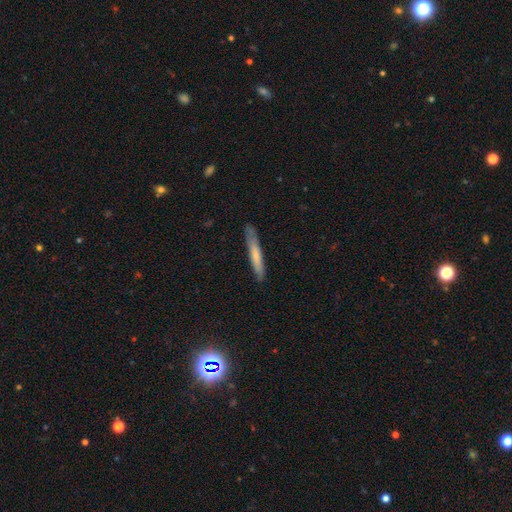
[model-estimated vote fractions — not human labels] A smooth galaxy with no disk features (68%) that is cigar-shaped (95%).

Vote fractions:
- Smooth or featured? smooth: 68% / featured or disk: 27% / star or artifact: 6%
- How rounded? cigar-shaped: 95% / in between: 4% / round: 1%
- Merging? none: 84% / minor disturbance: 12% / major disturbance: 2% / merger: 1%